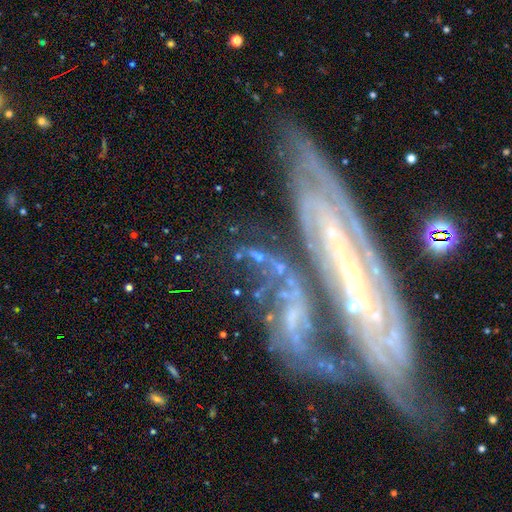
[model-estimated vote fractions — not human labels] smooth-or-featured: featured or disk: 73% | smooth: 14% | star or artifact: 13%
  disk-edge-on: no: 82% | yes: 18%
    bar: no: 49% | weak: 28% | strong: 24%
    has-spiral-arms: yes: 88% | no: 12%
      spiral-winding: tight: 54% | medium: 31% | loose: 14%
      spiral-arm-count: can't tell: 34% | 2: 28% | 3: 14% | 4: 8% | 1: 8% | more than 4: 8%
    bulge-size: small: 64% | moderate: 22% | none: 8% | large: 4% | dominant: 2%
  merging: none: 45% | merger: 27% | minor disturbance: 16% | major disturbance: 12%